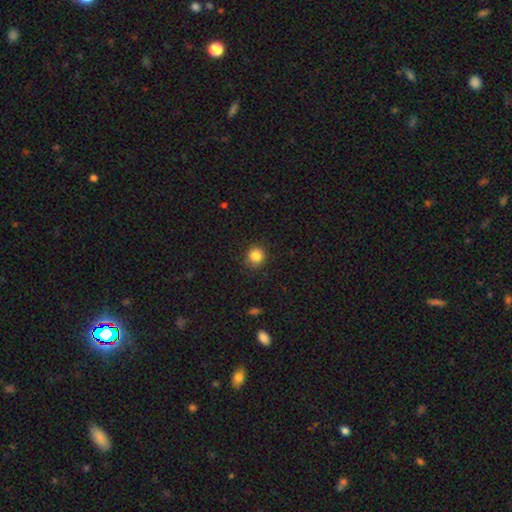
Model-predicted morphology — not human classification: A smooth galaxy with no disk features (85%) that is round (89%).

Vote fractions:
- Smooth or featured? smooth: 85% / star or artifact: 11% / featured or disk: 4%
- How rounded? round: 89% / in between: 10% / cigar-shaped: 1%
- Merging? none: 87% / minor disturbance: 9% / major disturbance: 3% / merger: 1%